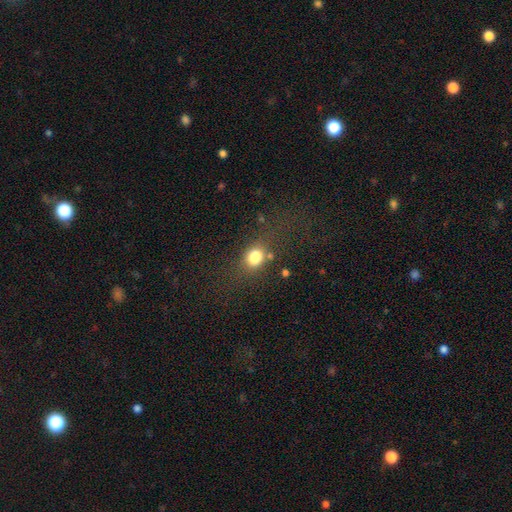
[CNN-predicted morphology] A smooth galaxy with no disk features (78%) that is in between round and cigar-shaped (53%).

Vote fractions:
- Smooth or featured? smooth: 78% / star or artifact: 13% / featured or disk: 9%
- How rounded? in between: 53% / round: 45% / cigar-shaped: 2%
- Merging? none: 58% / minor disturbance: 19% / major disturbance: 14% / merger: 9%